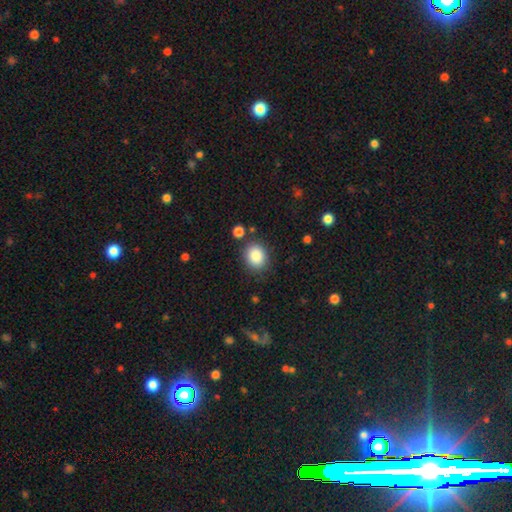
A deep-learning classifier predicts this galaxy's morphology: smooth 86%, star or artifact 9%, featured or disk 5%. Down the decision tree: how rounded — round (57%); merging — none (83%).